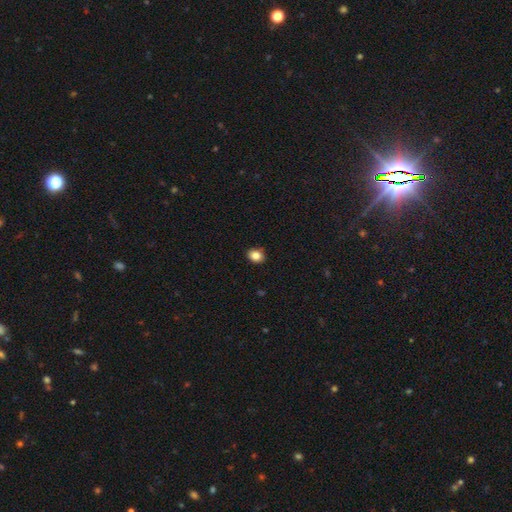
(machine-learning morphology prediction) smooth-or-featured: smooth: 85% | star or artifact: 10% | featured or disk: 5%
  how-rounded: round: 54% | in between: 46% | cigar-shaped: 1%
  merging: none: 90% | minor disturbance: 8% | major disturbance: 2% | merger: 1%